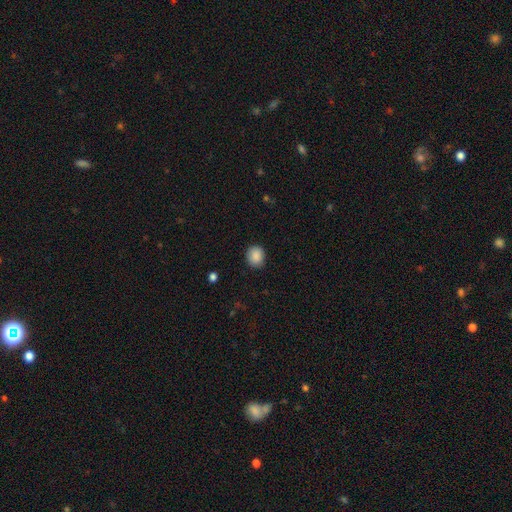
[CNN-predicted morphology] smooth_or_featured: smooth (p=0.89) [alt: star or artifact p=0.08]
how_rounded: round (p=0.75) [alt: in between p=0.24]
merging: none (p=0.89) [alt: minor disturbance p=0.08]